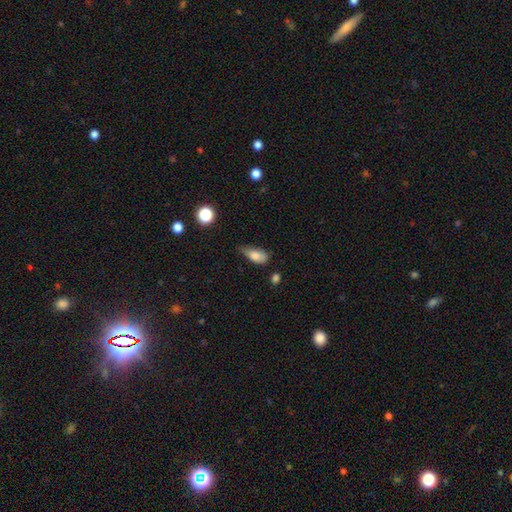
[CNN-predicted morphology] A smooth galaxy with no disk features (80%) that is in between round and cigar-shaped (85%). Merging: minor disturbance (47%).